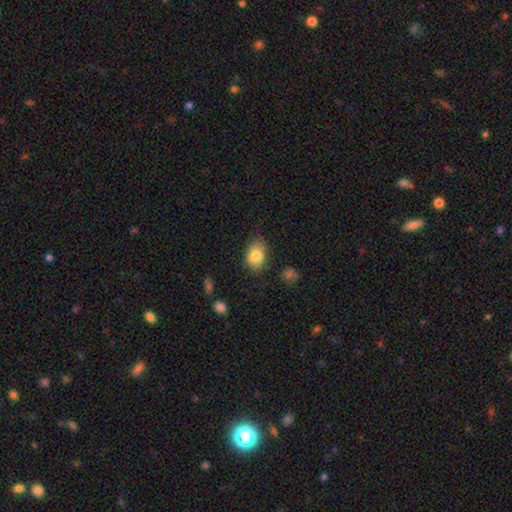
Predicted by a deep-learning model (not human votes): This is clearly a smooth galaxy (82%). How rounded: clearly in between (83%). Merging: likely none (75%).